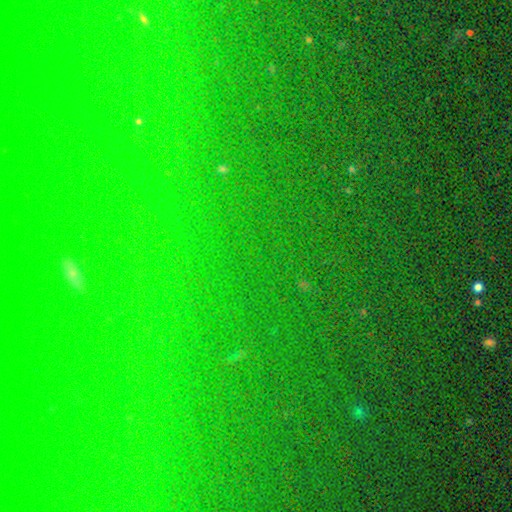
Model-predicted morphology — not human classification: Smooth or featured? star or artifact (79%)